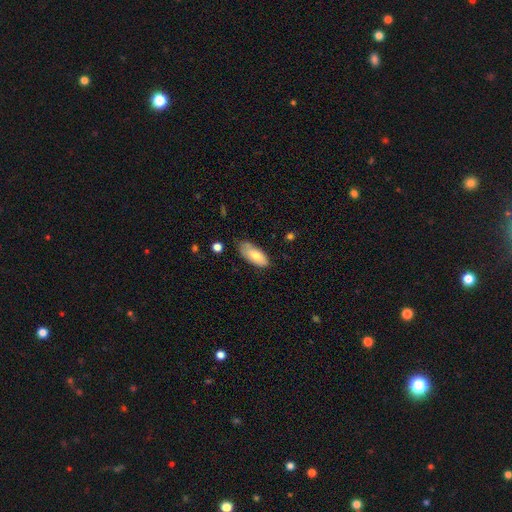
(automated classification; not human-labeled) smooth_or_featured: smooth (p=0.75) [alt: featured or disk p=0.18]
how_rounded: in between (p=0.87) [alt: cigar-shaped p=0.11]
merging: none (p=0.63) [alt: minor disturbance p=0.29]